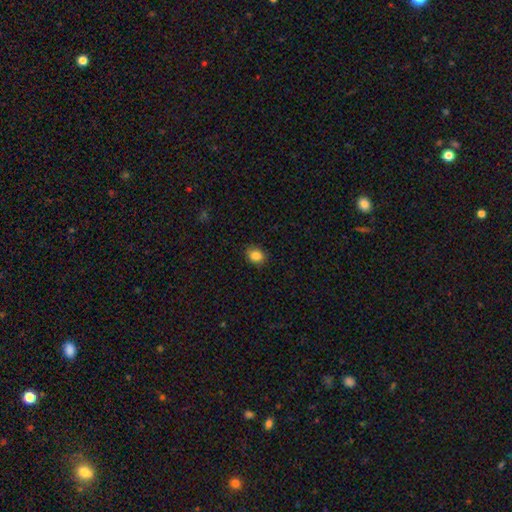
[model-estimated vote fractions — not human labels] smooth-or-featured: smooth: 85% | star or artifact: 10% | featured or disk: 5%
  how-rounded: round: 59% | in between: 40% | cigar-shaped: 1%
  merging: none: 86% | minor disturbance: 11% | major disturbance: 2% | merger: 1%